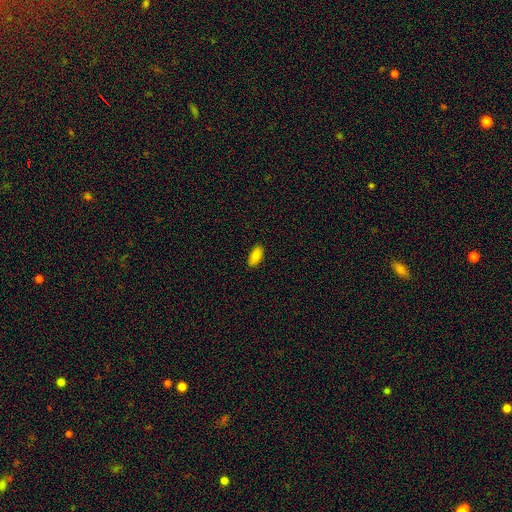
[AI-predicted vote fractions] Smooth or featured? Predicted: smooth (p=0.86). How rounded? Predicted: in between (p=0.91). Merging? Predicted: none (p=0.87).